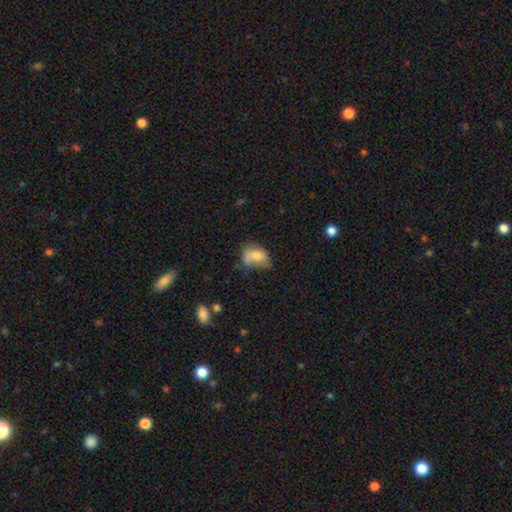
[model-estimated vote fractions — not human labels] Smooth or featured? smooth (70%)
How rounded? in between (77%)
Merging? minor disturbance (37%)